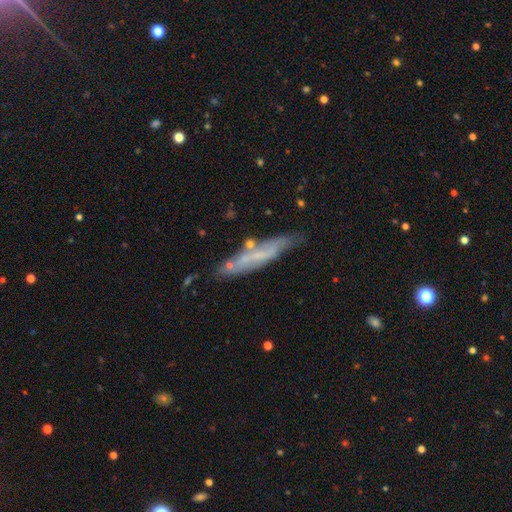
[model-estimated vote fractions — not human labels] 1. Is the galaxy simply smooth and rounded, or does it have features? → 53% featured or disk, 38% smooth, 8% star or artifact.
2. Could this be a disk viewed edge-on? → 62% yes, 38% no.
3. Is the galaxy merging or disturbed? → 66% none, 21% minor disturbance, 6% major disturbance, 6% merger.